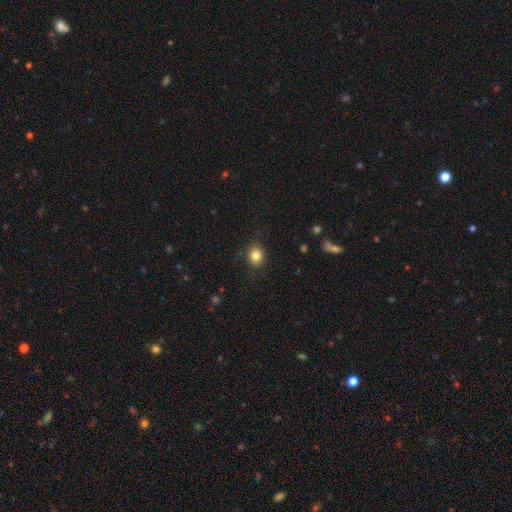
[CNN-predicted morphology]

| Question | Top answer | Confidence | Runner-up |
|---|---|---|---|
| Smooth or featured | smooth | 84% | star or artifact (11%) |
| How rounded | round | 67% | in between (32%) |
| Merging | none | 87% | minor disturbance (9%) |